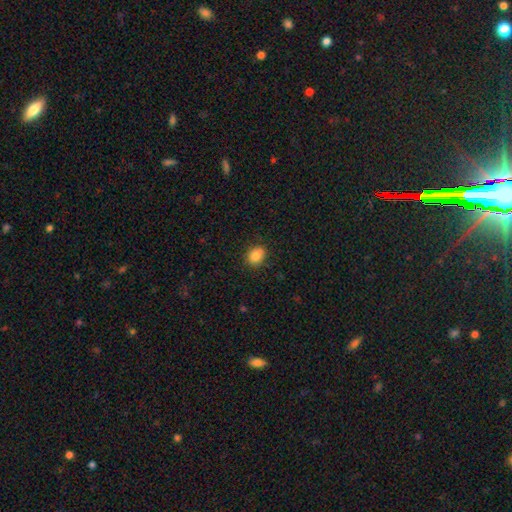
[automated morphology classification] Smooth or featured? smooth (84%)
How rounded? in between (52%)
Merging? none (85%)